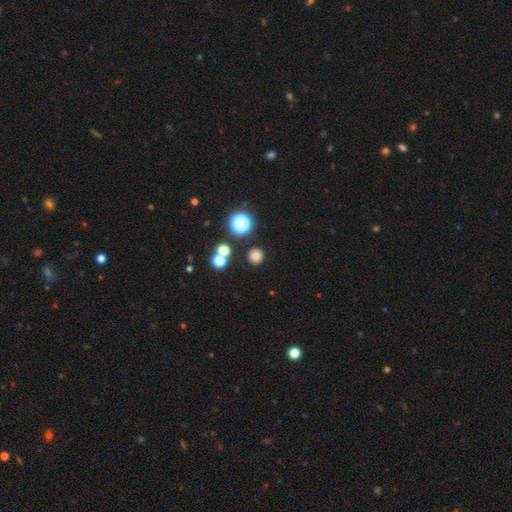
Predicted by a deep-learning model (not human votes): Smooth or featured? smooth (76%)
How rounded? round (93%)
Merging? none (87%)